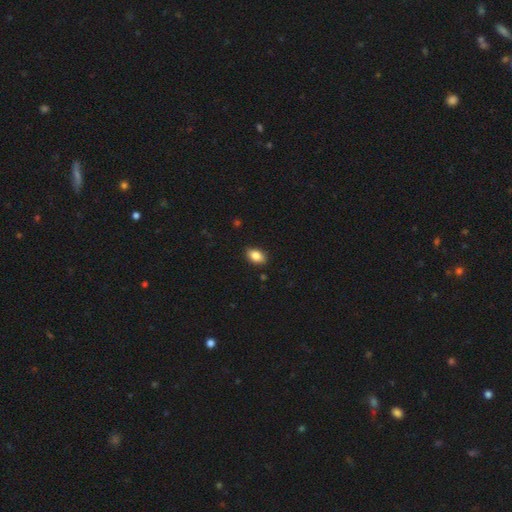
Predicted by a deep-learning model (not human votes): A smooth galaxy with no disk features (82%) that is in between round and cigar-shaped (87%).

Vote fractions:
- Smooth or featured? smooth: 82% / featured or disk: 10% / star or artifact: 8%
- How rounded? in between: 87% / round: 10% / cigar-shaped: 3%
- Merging? none: 87% / minor disturbance: 10% / major disturbance: 2% / merger: 1%